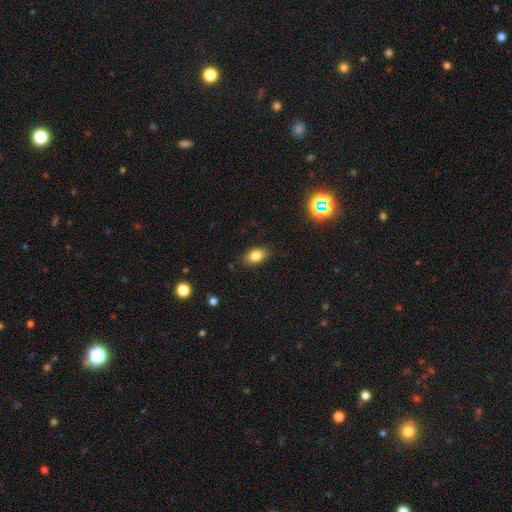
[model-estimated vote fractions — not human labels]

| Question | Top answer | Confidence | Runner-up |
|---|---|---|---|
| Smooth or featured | smooth | 82% | star or artifact (10%) |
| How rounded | in between | 85% | round (13%) |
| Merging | none | 85% | minor disturbance (12%) |